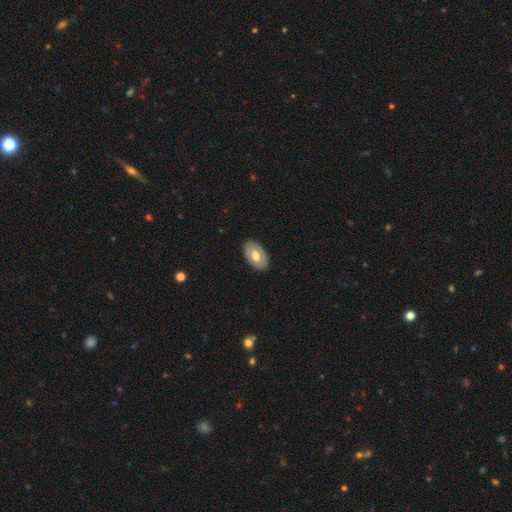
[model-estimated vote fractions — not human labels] A smooth galaxy with no disk features (59%) that is in between round and cigar-shaped (92%).

Vote fractions:
- Smooth or featured? smooth: 59% / featured or disk: 36% / star or artifact: 6%
- How rounded? in between: 92% / round: 7% / cigar-shaped: 1%
- Merging? none: 86% / minor disturbance: 10% / major disturbance: 2% / merger: 1%